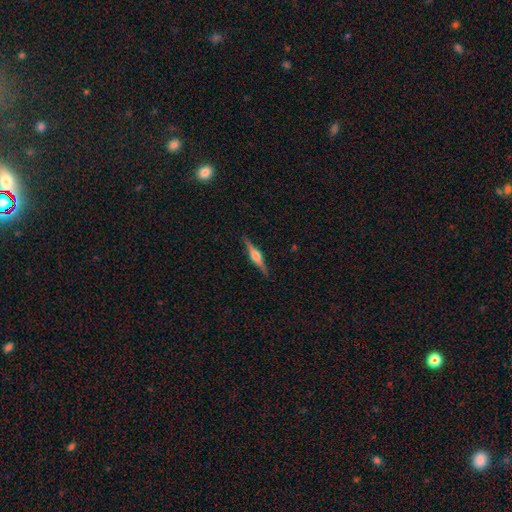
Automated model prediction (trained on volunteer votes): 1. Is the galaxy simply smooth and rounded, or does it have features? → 78% featured or disk, 16% smooth, 6% star or artifact.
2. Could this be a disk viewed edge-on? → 98% yes, 2% no.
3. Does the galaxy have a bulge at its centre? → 91% rounded, 7% boxy, 2% none.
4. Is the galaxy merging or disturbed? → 91% none, 7% minor disturbance, 1% major disturbance, 1% merger.